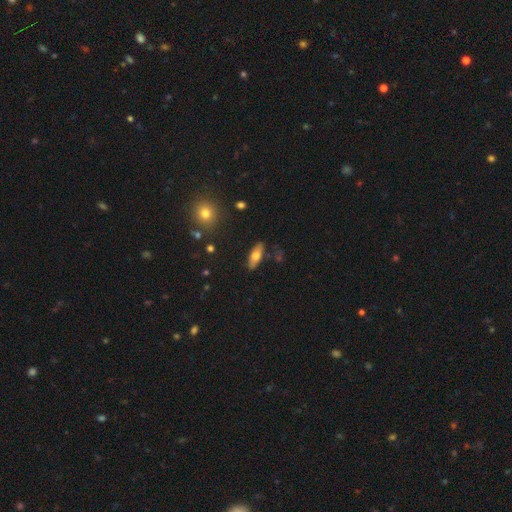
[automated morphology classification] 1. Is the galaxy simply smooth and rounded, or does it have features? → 65% smooth, 28% featured or disk, 7% star or artifact.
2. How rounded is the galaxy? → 69% in between, 28% cigar-shaped, 3% round.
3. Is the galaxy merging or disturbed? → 83% none, 12% minor disturbance, 3% major disturbance, 2% merger.